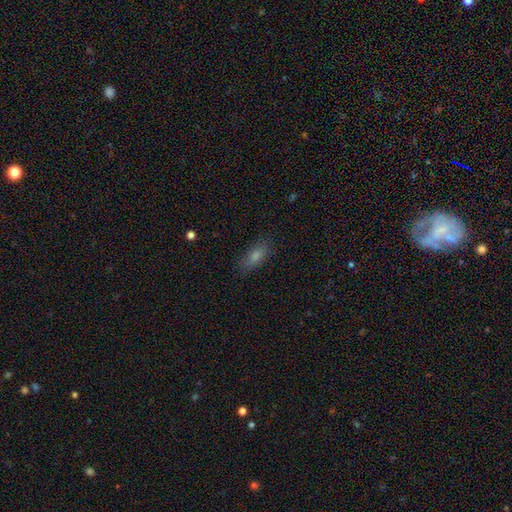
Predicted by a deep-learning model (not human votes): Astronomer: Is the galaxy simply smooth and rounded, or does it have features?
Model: smooth — 66%.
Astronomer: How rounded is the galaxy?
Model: in between — 66%.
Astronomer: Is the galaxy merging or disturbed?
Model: none — 83%.